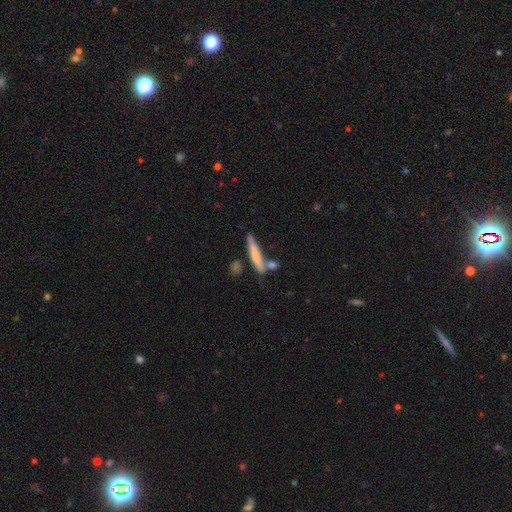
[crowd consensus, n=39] Smooth or featured?
  - smooth: 59% *
  - featured or disk: 31%
  - star or artifact: 10%
How rounded?
  - cigar-shaped: 96% *
  - in between: 4%
  - round: 0%
Merging?
  - none: 54% *
  - minor disturbance: 29%
  - merger: 14%
  - major disturbance: 3%